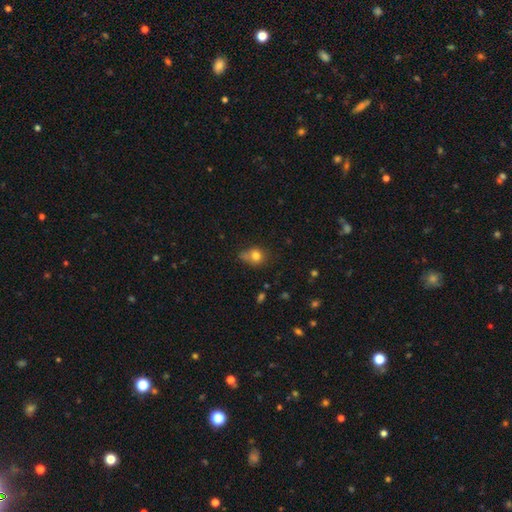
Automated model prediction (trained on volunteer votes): smooth 78%, star or artifact 12%, featured or disk 10%. Down the decision tree: how rounded — round (66%); merging — none (47%).